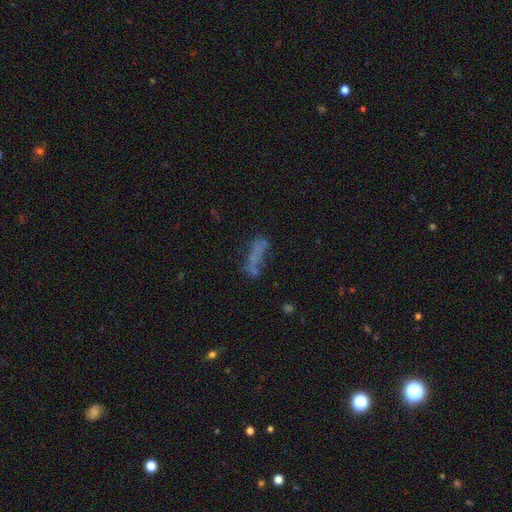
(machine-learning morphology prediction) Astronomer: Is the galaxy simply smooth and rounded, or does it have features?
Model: smooth — 53% (runner-up: featured or disk, 29%).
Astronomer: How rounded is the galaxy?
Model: cigar-shaped — 57% (runner-up: in between, 39%).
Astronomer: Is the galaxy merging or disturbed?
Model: none — 45% (runner-up: major disturbance, 22%).